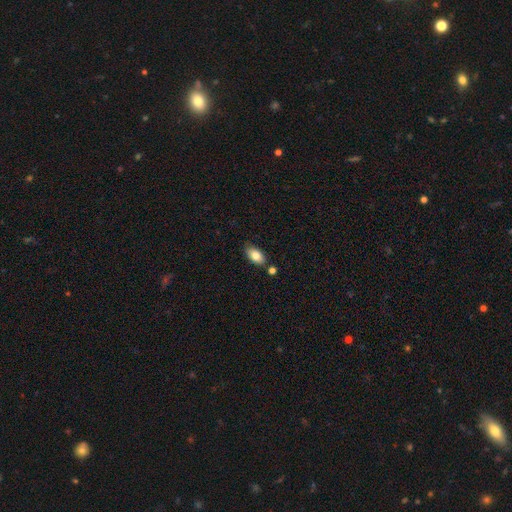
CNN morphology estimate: This appears to be a smooth galaxy with no disk features (82%) that is in between round and cigar-shaped (93%). Merging: none (77%).